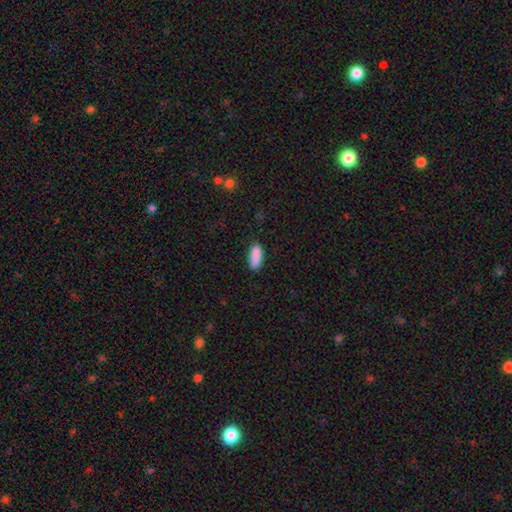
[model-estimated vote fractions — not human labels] Q: Smooth or featured?
A: smooth (90%); runner-up: star or artifact (7%)
Q: How rounded?
A: in between (81%); runner-up: cigar-shaped (17%)
Q: Merging?
A: none (86%); runner-up: minor disturbance (11%)